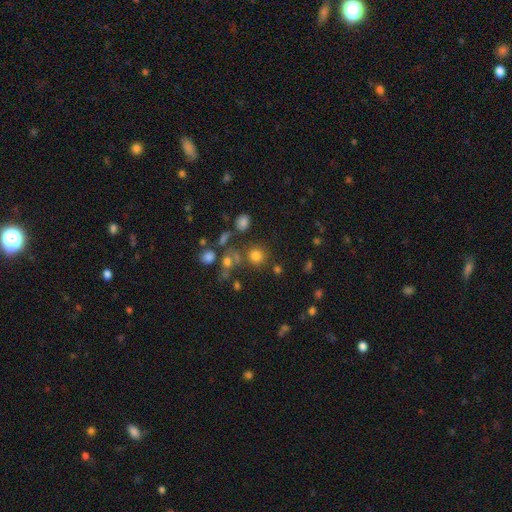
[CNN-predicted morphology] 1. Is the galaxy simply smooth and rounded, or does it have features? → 75% smooth, 18% star or artifact, 8% featured or disk.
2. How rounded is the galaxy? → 88% round, 11% in between, 1% cigar-shaped.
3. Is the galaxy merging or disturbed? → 74% none, 11% merger, 10% minor disturbance, 5% major disturbance.